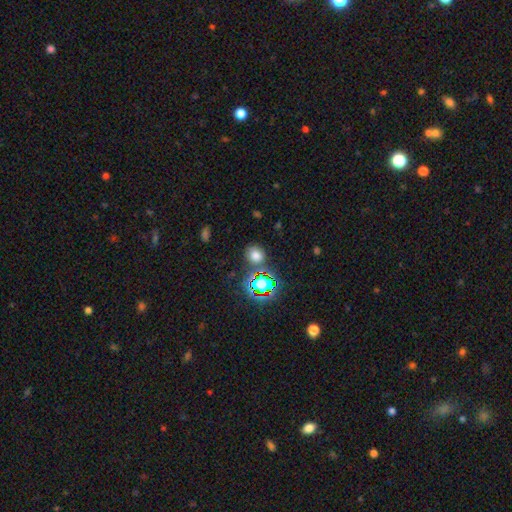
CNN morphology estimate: Smooth or featured?
  - smooth: 65% *
  - star or artifact: 28%
  - featured or disk: 7%
How rounded?
  - round: 72% *
  - in between: 27%
  - cigar-shaped: 1%
Merging?
  - none: 75% *
  - minor disturbance: 12%
  - merger: 9%
  - major disturbance: 4%